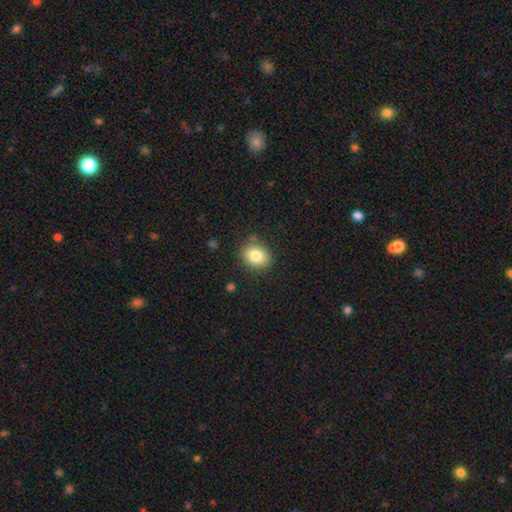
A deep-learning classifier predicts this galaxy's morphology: smooth_or_featured: smooth (p=0.82) [alt: star or artifact p=0.09]
how_rounded: round (p=0.51) [alt: in between p=0.48]
merging: none (p=0.83) [alt: minor disturbance p=0.11]